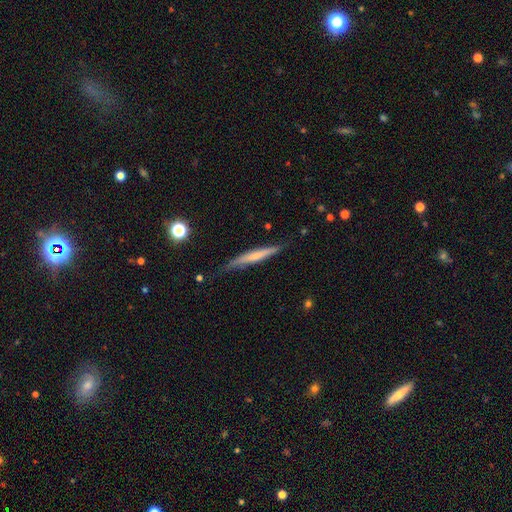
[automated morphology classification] Smooth or featured: smooth — 50% (featured or disk — 44%)
Merging: none — 71% (minor disturbance — 22%)